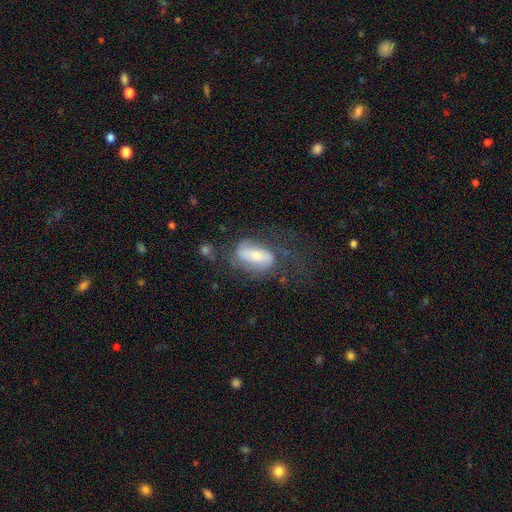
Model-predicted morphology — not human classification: Smooth or featured: featured or disk — 52% (smooth — 41%)
Edge-on disk: no — 92% (yes — 8%)
Merging: none — 45% (major disturbance — 29%)